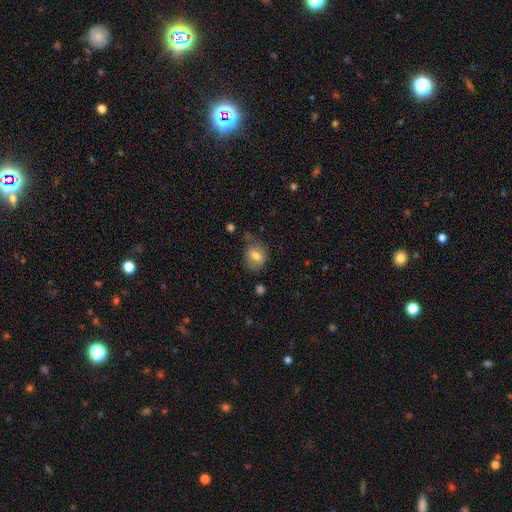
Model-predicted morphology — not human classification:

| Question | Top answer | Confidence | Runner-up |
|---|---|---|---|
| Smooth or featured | smooth | 71% | featured or disk (20%) |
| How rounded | round | 54% | in between (45%) |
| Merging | none | 63% | minor disturbance (25%) |